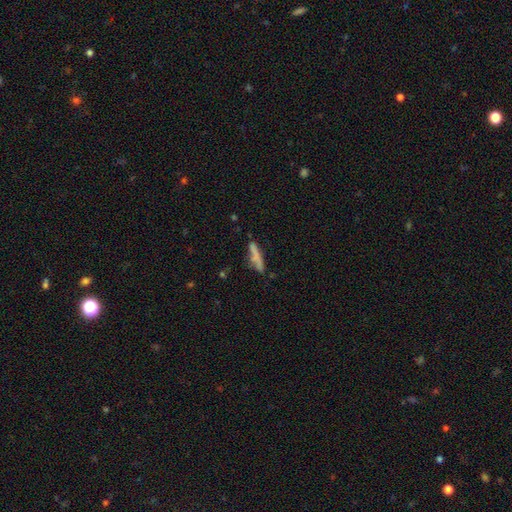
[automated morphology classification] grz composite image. It shows a smooth galaxy with no disk features (66%) that is cigar-shaped (84%). Merging: none (62%).